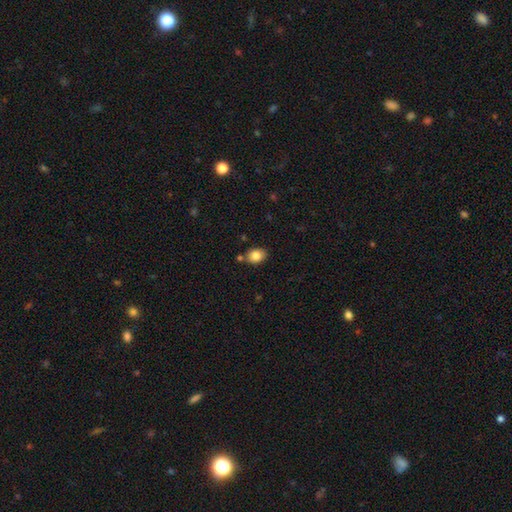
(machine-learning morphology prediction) Q: Smooth or featured?
A: smooth (84%); runner-up: star or artifact (9%)
Q: How rounded?
A: in between (63%); runner-up: round (36%)
Q: Merging?
A: none (78%); runner-up: minor disturbance (12%)